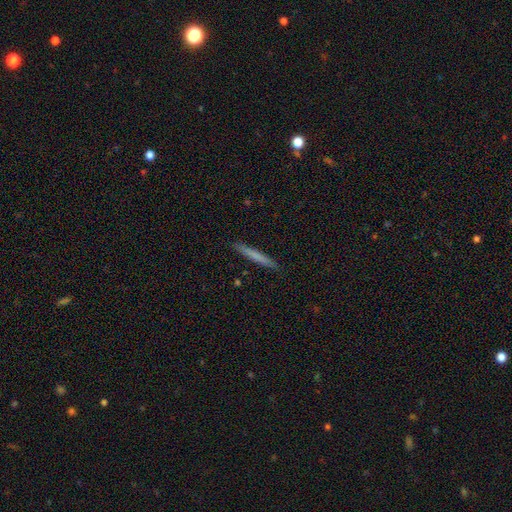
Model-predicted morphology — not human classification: Smooth or featured: smooth — 68% (featured or disk — 27%)
How rounded: cigar-shaped — 97% (in between — 2%)
Merging: none — 92% (minor disturbance — 6%)